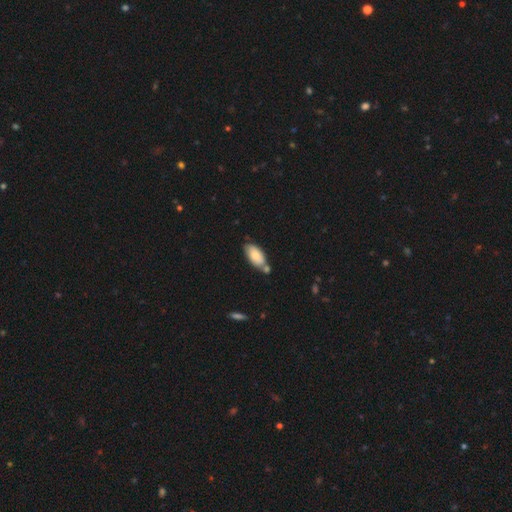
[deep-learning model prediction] Smooth or featured? Predicted: smooth (p=0.78). How rounded? Predicted: in between (p=0.92). Merging? Predicted: none (p=0.52).